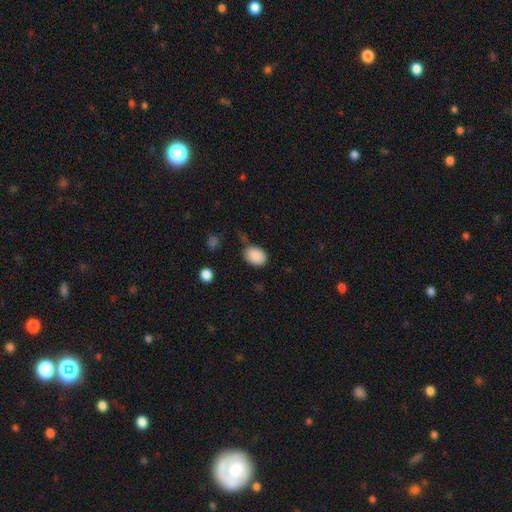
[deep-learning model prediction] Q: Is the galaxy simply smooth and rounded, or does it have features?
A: smooth — 89%.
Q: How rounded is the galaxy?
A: in between — 76%.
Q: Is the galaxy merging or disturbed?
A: none — 72%.